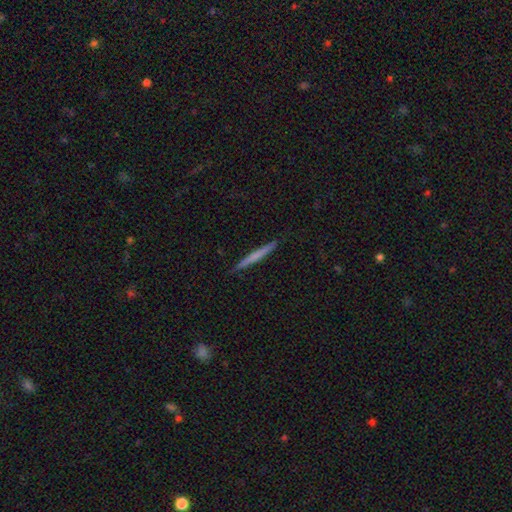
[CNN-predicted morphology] The model was most divided on "smooth or featured": smooth: 55%, featured or disk: 40%, star or artifact: 6%. More confident: how rounded — cigar-shaped (96%); merging — none (92%).